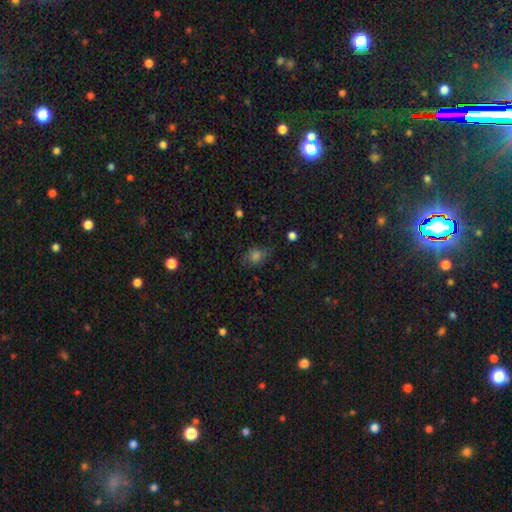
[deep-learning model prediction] Smooth or featured: smooth — 70% (star or artifact — 21%)
How rounded: round — 50% (in between — 48%)
Merging: none — 65% (minor disturbance — 24%)